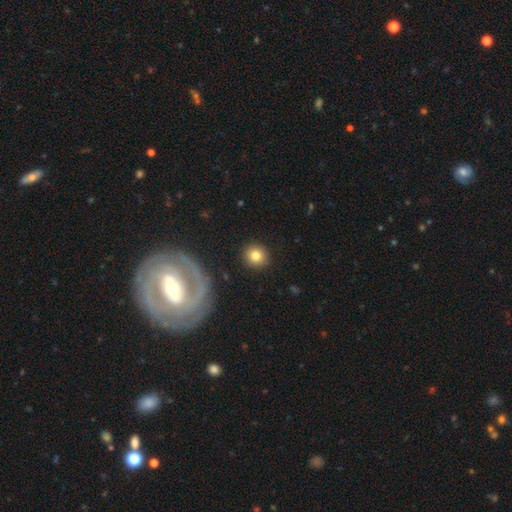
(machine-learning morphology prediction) Smooth or featured? Predicted: smooth (p=0.82). How rounded? Predicted: round (p=0.92). Merging? Predicted: none (p=0.91).